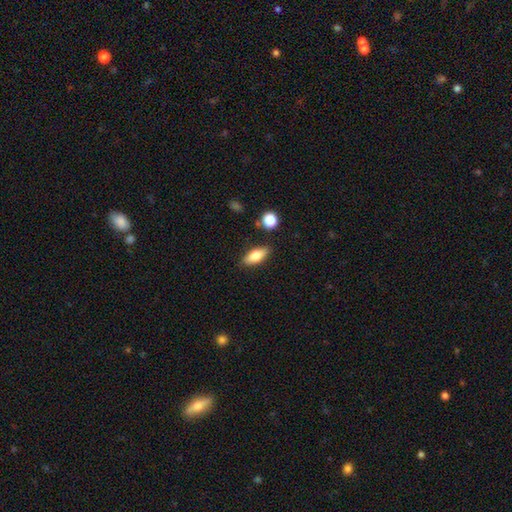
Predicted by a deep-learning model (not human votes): Smooth or featured?
  - smooth: 74% *
  - featured or disk: 19%
  - star or artifact: 8%
How rounded?
  - in between: 79% *
  - cigar-shaped: 17%
  - round: 4%
Merging?
  - none: 84% *
  - minor disturbance: 10%
  - merger: 3%
  - major disturbance: 2%